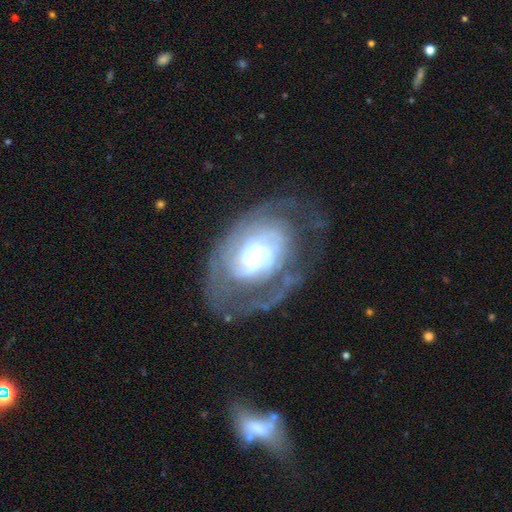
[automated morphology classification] A featured or disk galaxy (85%) with no bar (43%), tight (57%) spiral arms (90%) and a small central bulge (56%).

Vote fractions:
- Smooth or featured? featured or disk: 85% / smooth: 9% / star or artifact: 6%
- Edge-on disk? no: 96% / yes: 4%
- Bar? no: 43% / weak: 41% / strong: 16%
- Spiral arms? yes: 90% / no: 10%
- Spiral winding? tight: 57% / medium: 31% / loose: 12%
- Spiral arm count? can't tell: 39% / 2: 33% / 3: 11% / 1: 7% / 4: 6% / more than 4: 5%
- Bulge size? small: 56% / moderate: 33% / large: 6% / none: 2% / dominant: 2%
- Merging? none: 52% / major disturbance: 26% / minor disturbance: 19% / merger: 3%